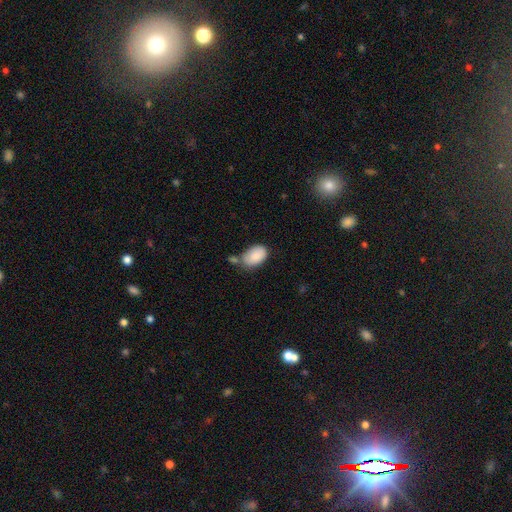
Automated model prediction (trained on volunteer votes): smooth 87%, featured or disk 7%, star or artifact 6%. Down the decision tree: how rounded — in between (91%); merging — none (54%).